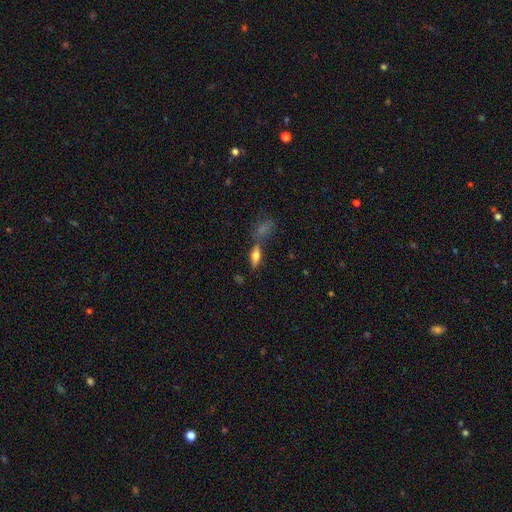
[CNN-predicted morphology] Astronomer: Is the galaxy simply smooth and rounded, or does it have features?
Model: smooth — 51% (runner-up: featured or disk, 39%).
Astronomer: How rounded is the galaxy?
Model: in between — 56% (runner-up: cigar-shaped, 39%).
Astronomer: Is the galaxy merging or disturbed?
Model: none — 64%.